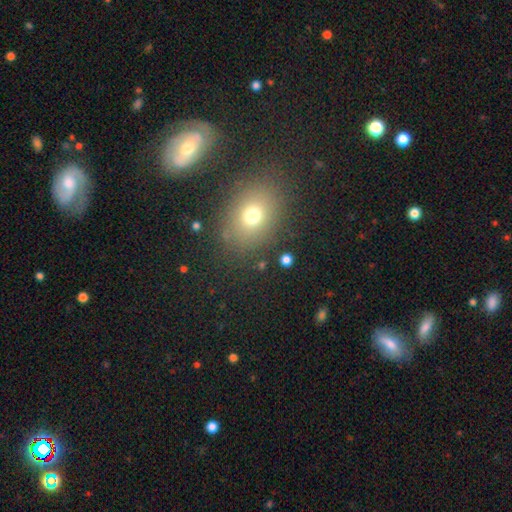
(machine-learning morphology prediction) smooth 60%, star or artifact 25%, featured or disk 15%. Down the decision tree: how rounded — in between (58%); merging — none (82%).